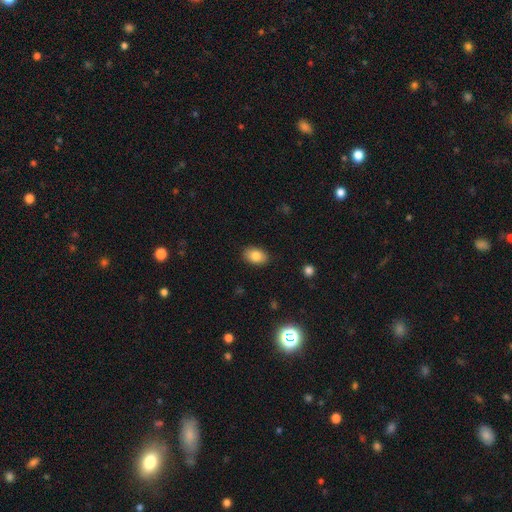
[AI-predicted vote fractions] Q: Smooth or featured?
A: smooth (83%); runner-up: featured or disk (8%)
Q: How rounded?
A: in between (86%); runner-up: round (13%)
Q: Merging?
A: none (87%); runner-up: minor disturbance (10%)